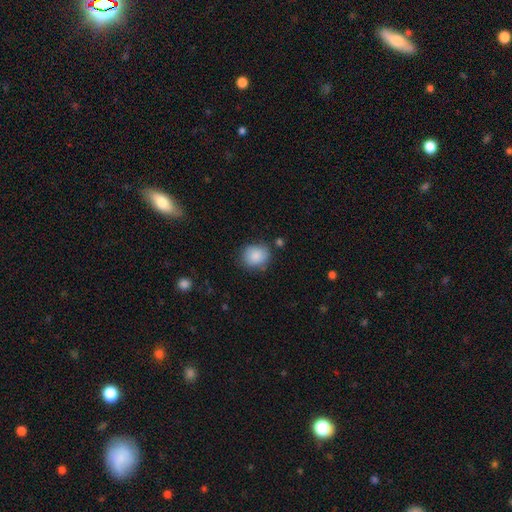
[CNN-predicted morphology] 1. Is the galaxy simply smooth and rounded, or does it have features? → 86% smooth, 8% star or artifact, 6% featured or disk.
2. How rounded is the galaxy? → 66% round, 33% in between, 1% cigar-shaped.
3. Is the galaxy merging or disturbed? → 75% none, 17% minor disturbance, 4% major disturbance, 3% merger.